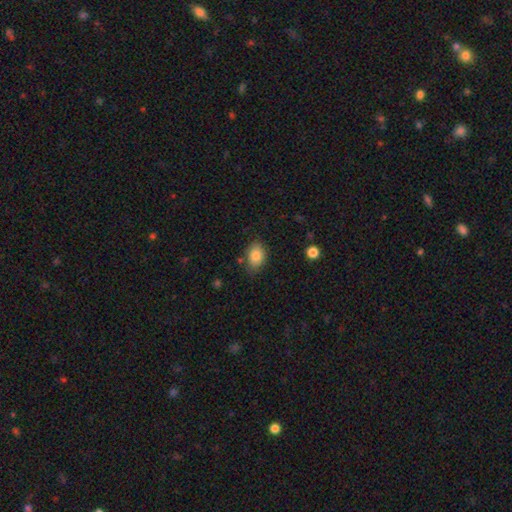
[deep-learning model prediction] smooth-or-featured: smooth: 83% | star or artifact: 9% | featured or disk: 8%
  how-rounded: in between: 79% | round: 20% | cigar-shaped: 1%
  merging: none: 75% | minor disturbance: 19% | major disturbance: 4% | merger: 3%